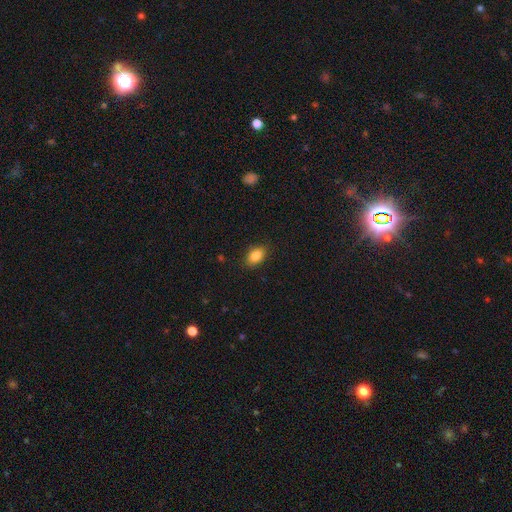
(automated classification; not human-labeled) smooth_or_featured: smooth (p=0.85) [alt: star or artifact p=0.08]
how_rounded: in between (p=0.86) [alt: round p=0.13]
merging: none (p=0.87) [alt: minor disturbance p=0.10]